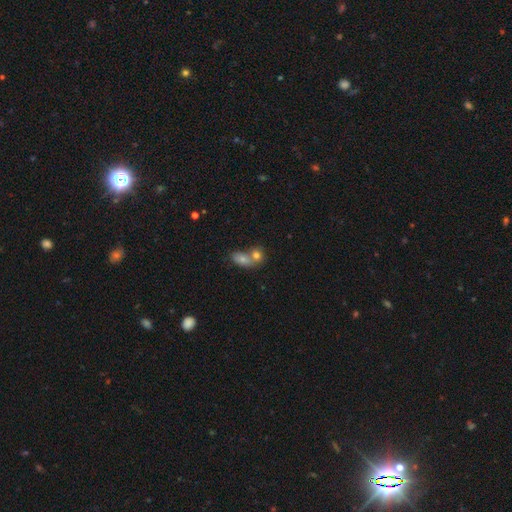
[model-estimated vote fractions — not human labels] smooth-or-featured: smooth: 70% | featured or disk: 16% | star or artifact: 14%
  how-rounded: in between: 54% | round: 43% | cigar-shaped: 3%
  merging: merger: 59% | none: 31% | minor disturbance: 7% | major disturbance: 4%